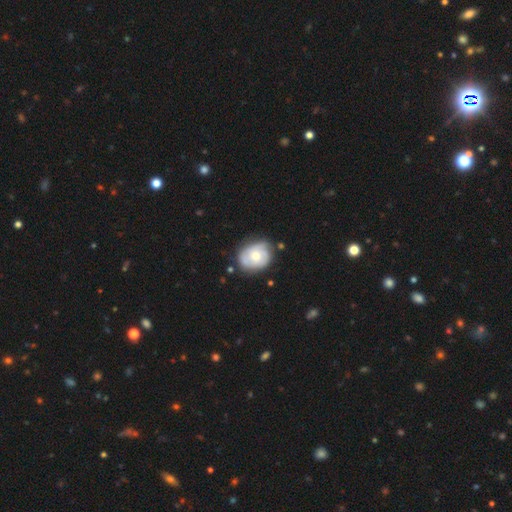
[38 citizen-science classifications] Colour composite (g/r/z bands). It shows a smooth galaxy with no disk features (50%) that is in between round and cigar-shaped (63%). Merging: none (61%).